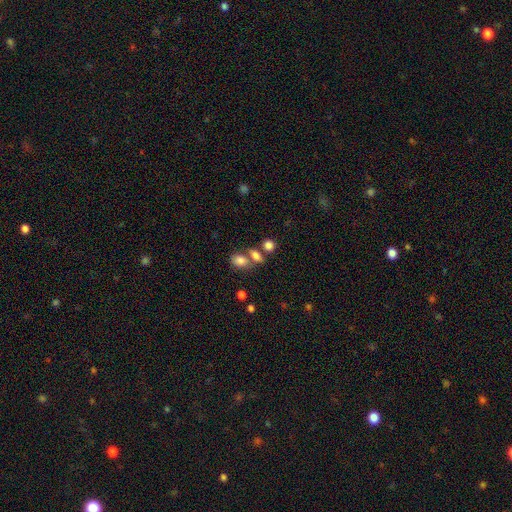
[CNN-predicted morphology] Overall: smooth (79%). How rounded: in between (69%). Merging: none (45%; merger 39%).